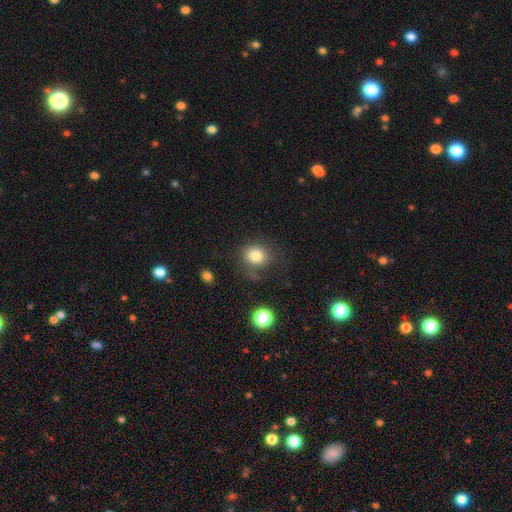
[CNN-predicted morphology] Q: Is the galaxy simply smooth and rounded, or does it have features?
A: smooth — 80%.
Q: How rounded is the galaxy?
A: round — 78%.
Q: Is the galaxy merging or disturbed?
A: none — 61%.